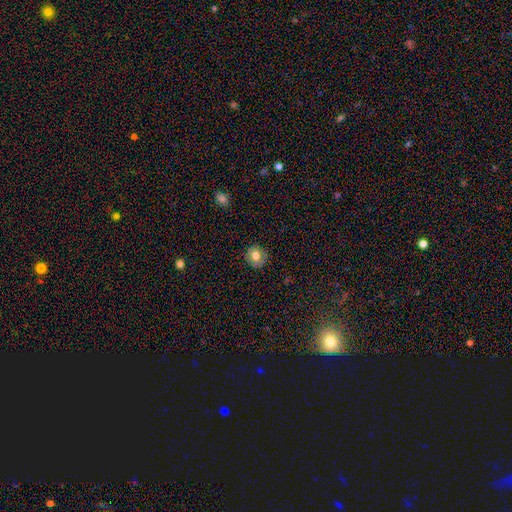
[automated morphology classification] smooth-or-featured: smooth: 72% | featured or disk: 18% | star or artifact: 10%
  how-rounded: round: 87% | in between: 12% | cigar-shaped: 1%
  merging: none: 85% | minor disturbance: 11% | major disturbance: 3% | merger: 1%